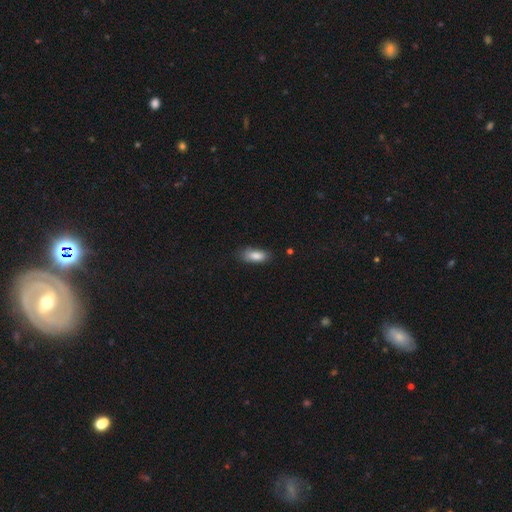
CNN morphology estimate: Overall: smooth (85%). How rounded: in between (83%). Merging: none (73%).